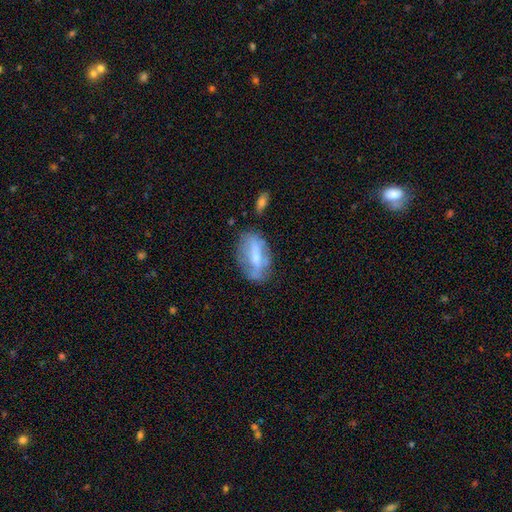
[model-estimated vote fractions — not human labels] Morphology: type=featured or disk (51%); edge-on=no (79%); merging=none (63%).